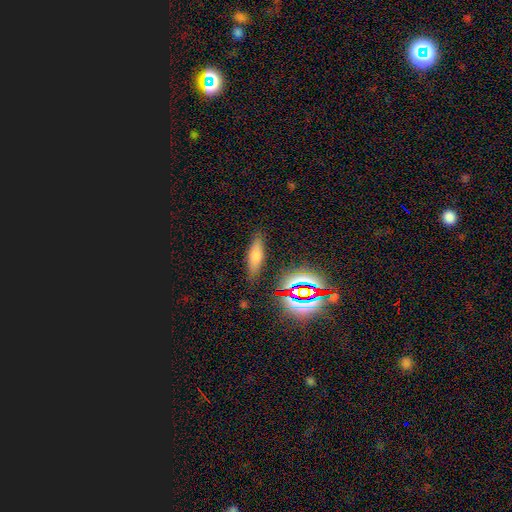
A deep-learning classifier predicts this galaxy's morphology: smooth_or_featured: smooth (p=0.62) [alt: featured or disk p=0.19]
how_rounded: cigar-shaped (p=0.54) [alt: in between p=0.42]
merging: none (p=0.84) [alt: minor disturbance p=0.10]